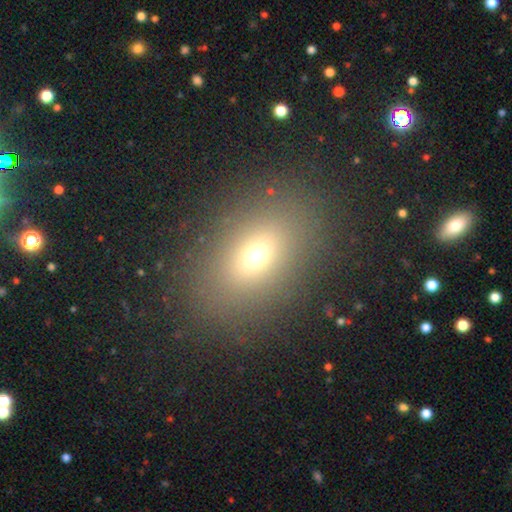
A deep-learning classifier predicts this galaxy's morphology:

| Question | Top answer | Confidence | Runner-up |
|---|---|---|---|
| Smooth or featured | smooth | 66% | star or artifact (19%) |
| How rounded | in between | 73% | round (25%) |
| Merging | none | 86% | minor disturbance (8%) |